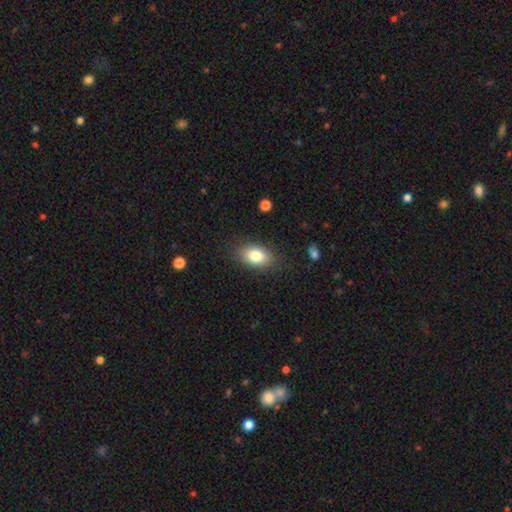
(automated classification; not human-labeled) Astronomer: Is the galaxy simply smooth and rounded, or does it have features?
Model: smooth — 82%.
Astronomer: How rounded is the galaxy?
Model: in between — 88%.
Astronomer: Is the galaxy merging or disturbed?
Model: none — 84%.